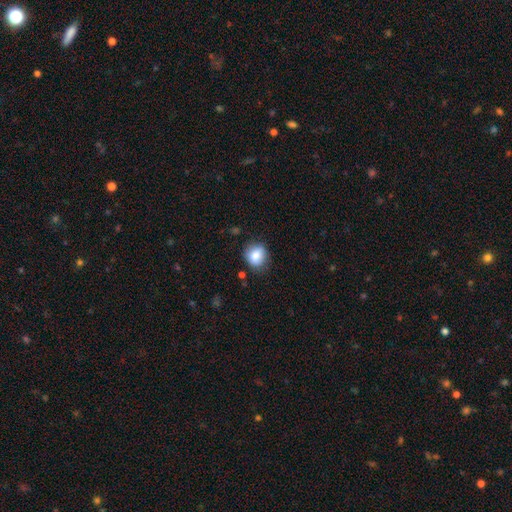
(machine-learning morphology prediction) Smooth or featured?
  - smooth: 83% *
  - star or artifact: 9%
  - featured or disk: 8%
How rounded?
  - round: 68% *
  - in between: 31%
  - cigar-shaped: 1%
Merging?
  - none: 76% *
  - minor disturbance: 18%
  - major disturbance: 4%
  - merger: 2%